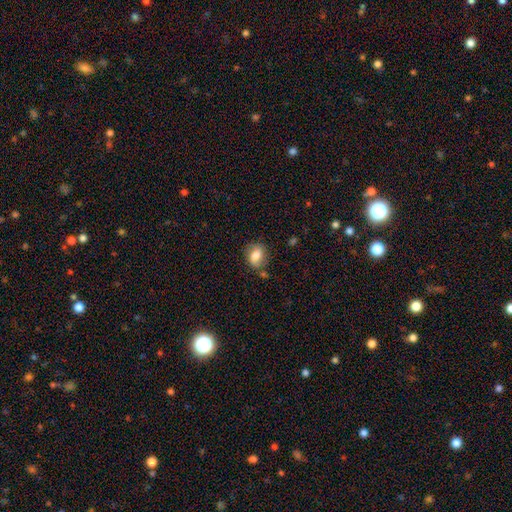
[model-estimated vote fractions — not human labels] Morphology: type=smooth (73%); roundness=in between (54%); merging=none (68%).